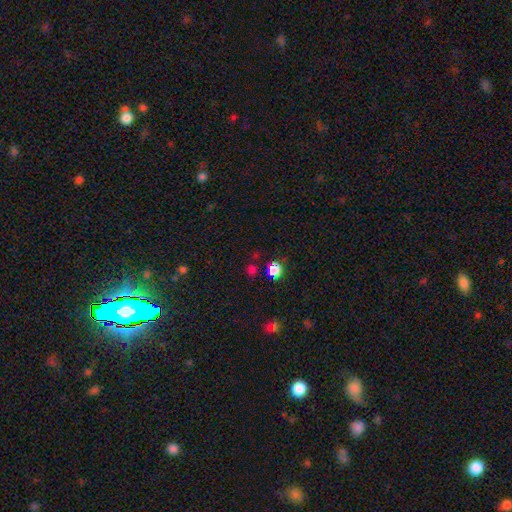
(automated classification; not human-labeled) Morphology: type=smooth (50%); merging=none (80%).